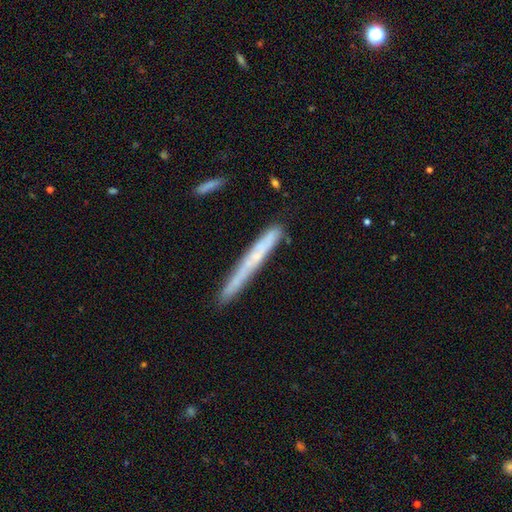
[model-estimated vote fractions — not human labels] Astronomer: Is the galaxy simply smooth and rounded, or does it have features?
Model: featured or disk — 48% (runner-up: smooth, 45%).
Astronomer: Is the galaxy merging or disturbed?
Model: none — 81%.